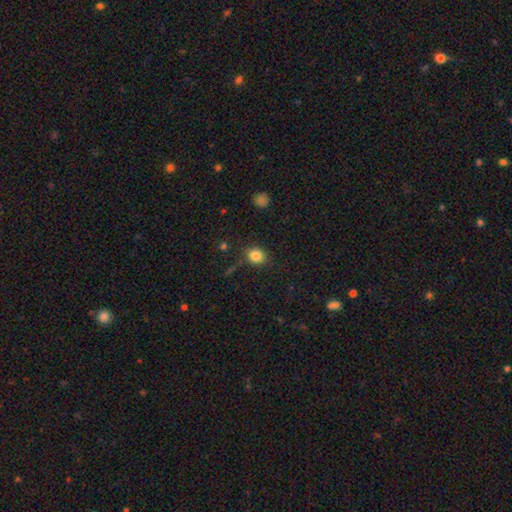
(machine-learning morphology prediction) smooth-or-featured: smooth: 84% | star or artifact: 11% | featured or disk: 6%
  how-rounded: round: 65% | in between: 34% | cigar-shaped: 1%
  merging: none: 85% | minor disturbance: 10% | major disturbance: 3% | merger: 2%